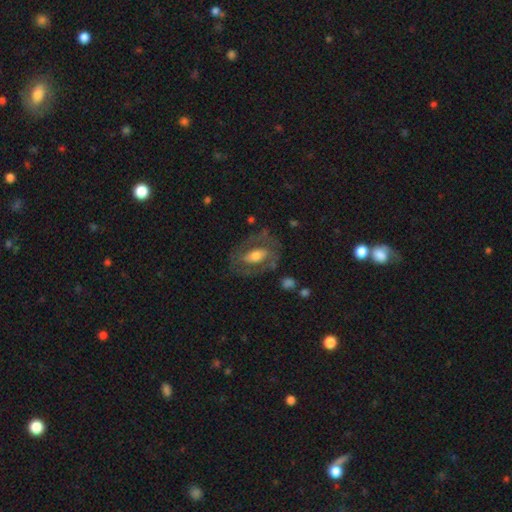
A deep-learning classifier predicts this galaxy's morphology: Smooth or featured?
  - featured or disk: 57% *
  - smooth: 37%
  - star or artifact: 6%
Edge-on disk?
  - no: 92% *
  - yes: 8%
Bar?
  - no: 45% *
  - weak: 30%
  - strong: 25%
Spiral arms?
  - no: 55% *
  - yes: 45%
Bulge size?
  - moderate: 53% *
  - large: 25%
  - small: 17%
  - dominant: 2%
  - none: 2%
Merging?
  - none: 68% *
  - minor disturbance: 17%
  - major disturbance: 13%
  - merger: 2%